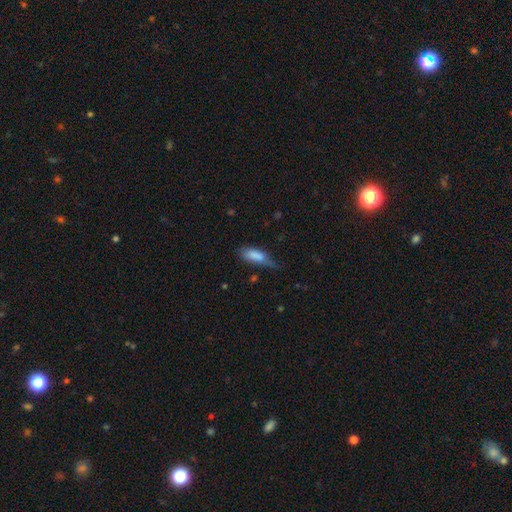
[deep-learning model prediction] smooth_or_featured: smooth (p=0.79) [alt: featured or disk p=0.14]
how_rounded: in between (p=0.67) [alt: cigar-shaped p=0.31]
merging: minor disturbance (p=0.41) [alt: none p=0.34]